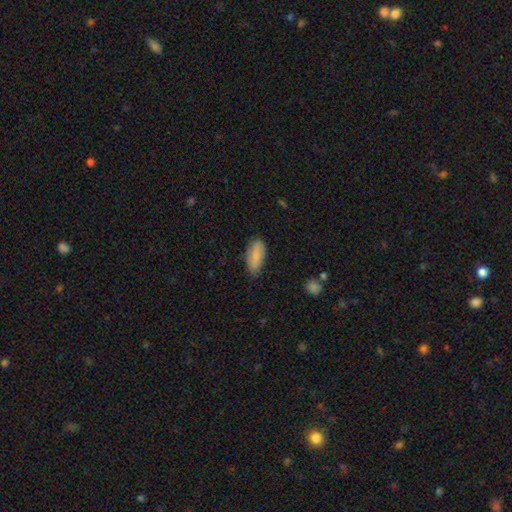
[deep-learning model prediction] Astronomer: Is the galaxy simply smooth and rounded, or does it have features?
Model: smooth — 79%.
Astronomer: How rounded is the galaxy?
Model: in between — 88%.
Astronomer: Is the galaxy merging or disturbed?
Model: none — 70%.